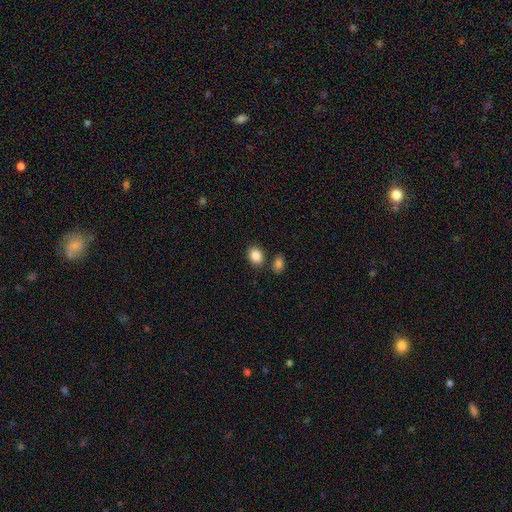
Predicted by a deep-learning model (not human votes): smooth 87%, star or artifact 9%, featured or disk 5%. Down the decision tree: how rounded — in between (61%); merging — none (76%).